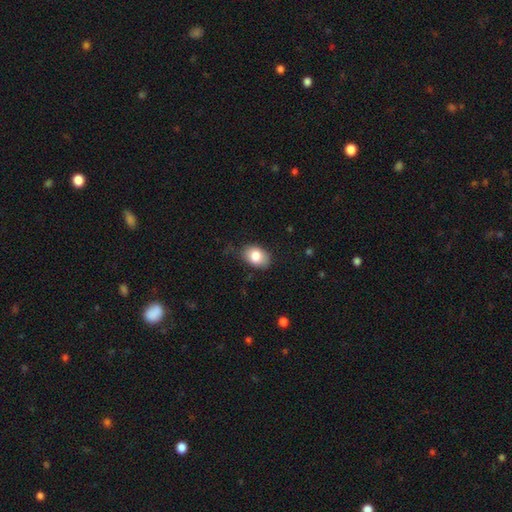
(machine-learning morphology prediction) Smooth or featured? Predicted: smooth (p=0.83). How rounded? Predicted: in between (p=0.82). Merging? Predicted: none (p=0.76).